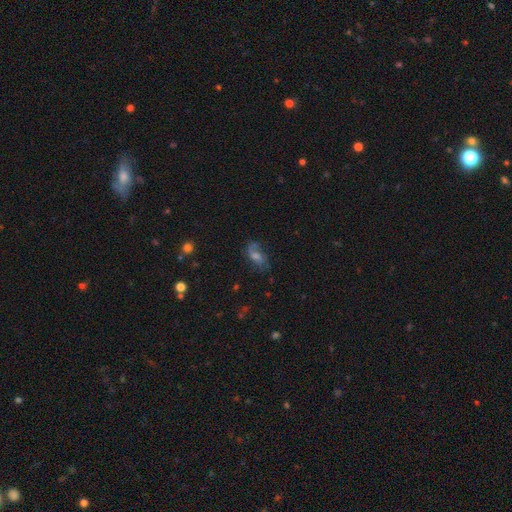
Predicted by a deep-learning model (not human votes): Smooth or featured: featured or disk — 56% (smooth — 27%)
Edge-on disk: no — 92% (yes — 8%)
Bar: no — 53% (weak — 37%)
Spiral arms: yes — 83% (no — 17%)
Bulge size: moderate — 50% (small — 29%)
Merging: none — 63% (minor disturbance — 20%)